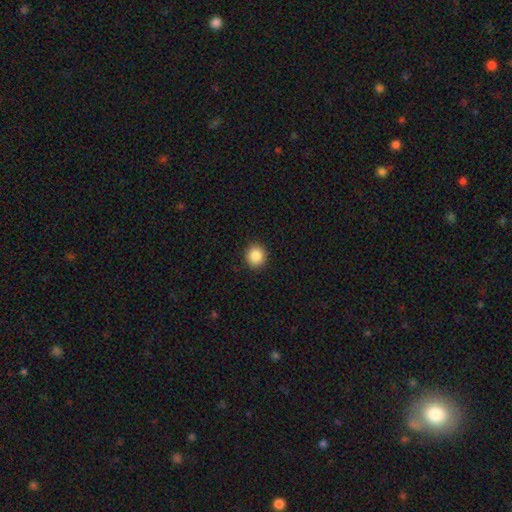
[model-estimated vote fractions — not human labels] smooth_or_featured: smooth (p=0.87) [alt: star or artifact p=0.09]
how_rounded: round (p=0.86) [alt: in between p=0.13]
merging: none (p=0.91) [alt: minor disturbance p=0.06]